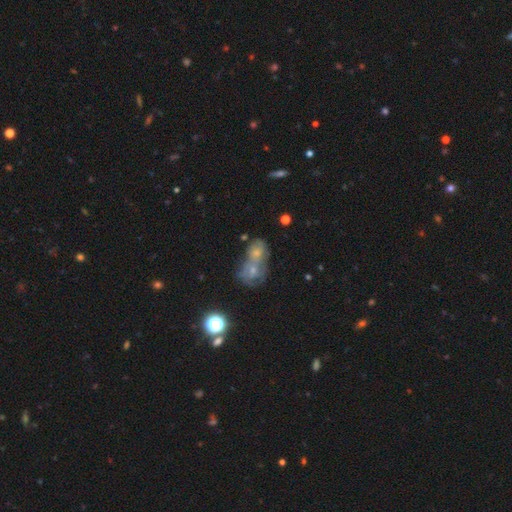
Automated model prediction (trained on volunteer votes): smooth-or-featured: featured or disk: 37% | smooth: 36% | star or artifact: 27%
  merging: merger: 65% | none: 22% | minor disturbance: 7% | major disturbance: 5%